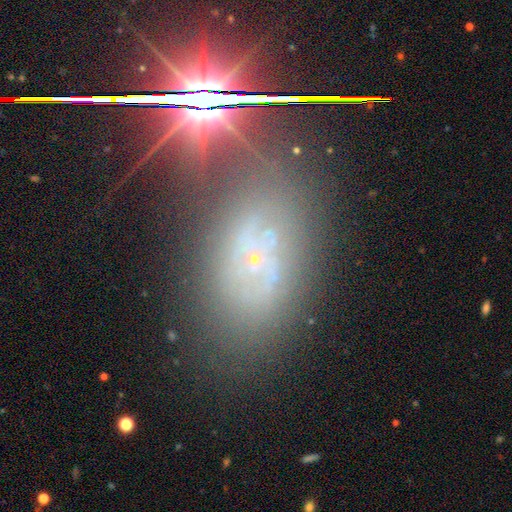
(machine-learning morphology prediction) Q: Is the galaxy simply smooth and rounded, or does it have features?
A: featured or disk — 51%.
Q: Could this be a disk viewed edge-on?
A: no — 88%.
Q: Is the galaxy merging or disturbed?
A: none — 71%.